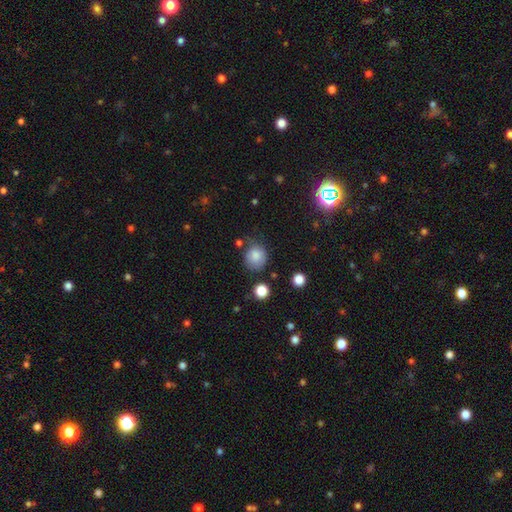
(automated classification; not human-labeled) Q: Smooth or featured?
A: smooth (83%); runner-up: star or artifact (10%)
Q: How rounded?
A: round (77%); runner-up: in between (22%)
Q: Merging?
A: none (65%); runner-up: minor disturbance (23%)